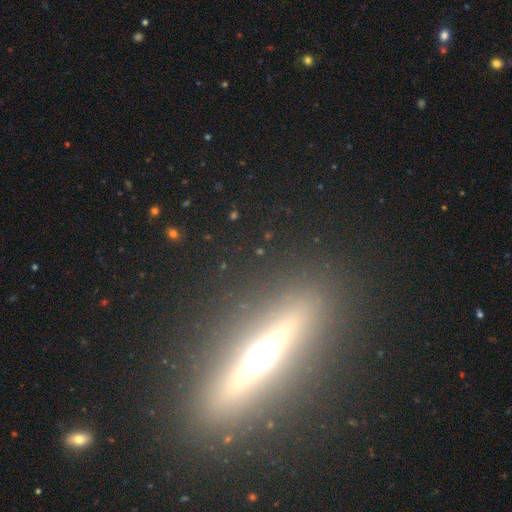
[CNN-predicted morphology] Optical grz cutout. It shows a featured or disk galaxy (75%) viewed edge-on (94%) with a rounded central bulge (86%). Merging: none (89%).